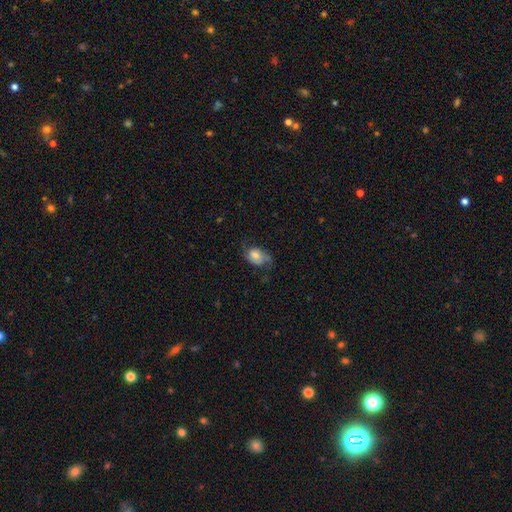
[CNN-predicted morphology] A smooth galaxy with no disk features (46%, tied with featured or disk).

Vote fractions:
- Smooth or featured? smooth: 46% (tied) / featured or disk: 46% (tied) / star or artifact: 9%
- Merging? none: 53% / minor disturbance: 27% / major disturbance: 19% / merger: 2%